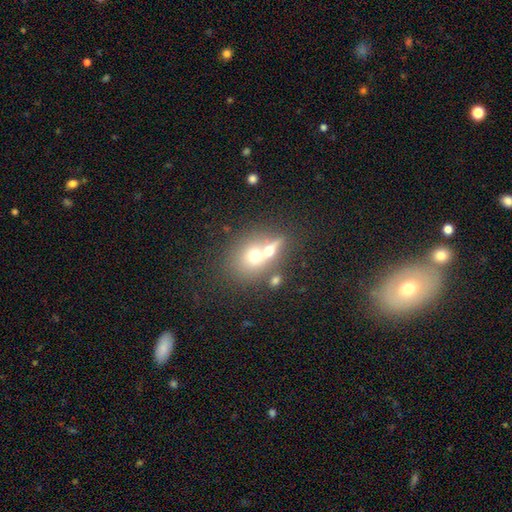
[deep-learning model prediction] Smooth or featured: smooth — 60% (featured or disk — 26%)
How rounded: round — 64% (in between — 33%)
Merging: merger — 52% (none — 34%)